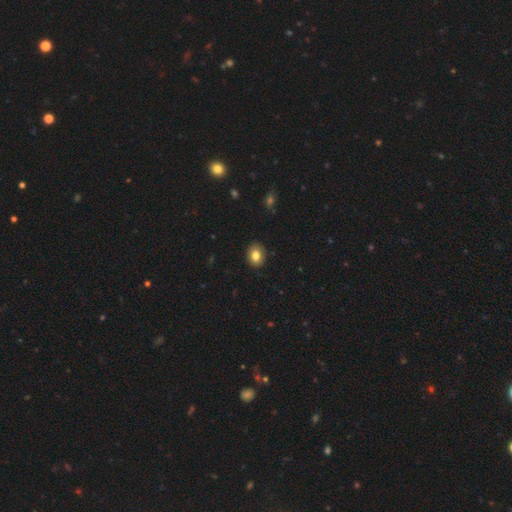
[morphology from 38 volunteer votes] smooth_or_featured: smooth (p=0.89) [alt: featured or disk p=0.08]
how_rounded: in between (p=0.65) [alt: round p=0.35]
merging: none (p=0.95) [alt: minor disturbance p=0.05]